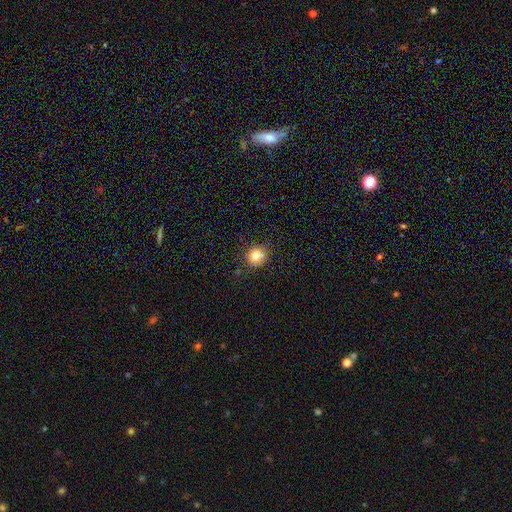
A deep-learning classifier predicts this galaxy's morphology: Smooth or featured? smooth (77%)
How rounded? round (87%)
Merging? none (77%)